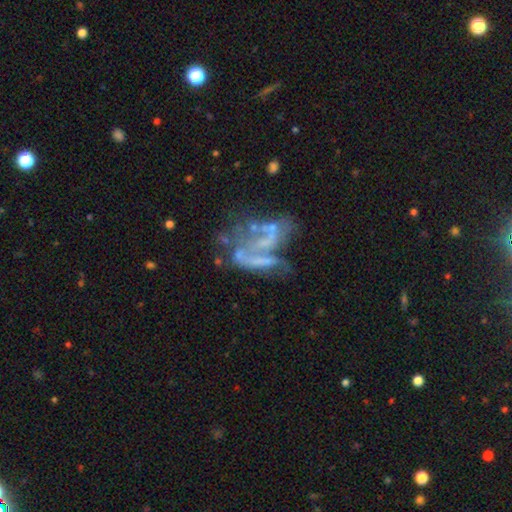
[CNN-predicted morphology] Smooth or featured: featured or disk — 69% (star or artifact — 16%)
Edge-on disk: no — 96% (yes — 4%)
Bar: no — 76% (weak — 15%)
Spiral arms: no — 79% (yes — 21%)
Bulge size: none — 75% (small — 14%)
Merging: major disturbance — 36% (none — 26%)